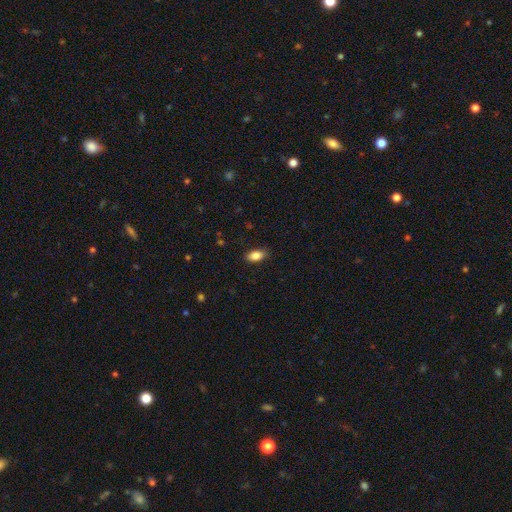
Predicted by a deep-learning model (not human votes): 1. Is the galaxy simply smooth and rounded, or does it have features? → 85% smooth, 8% star or artifact, 7% featured or disk.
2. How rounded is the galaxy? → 89% in between, 6% cigar-shaped, 6% round.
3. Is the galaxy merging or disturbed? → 84% none, 12% minor disturbance, 2% major disturbance, 1% merger.